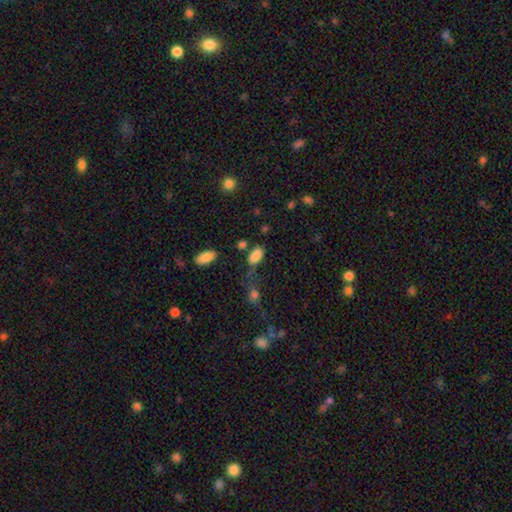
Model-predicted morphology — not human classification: A smooth galaxy with no disk features (85%) that is in between round and cigar-shaped (92%). Merging: none (53%).